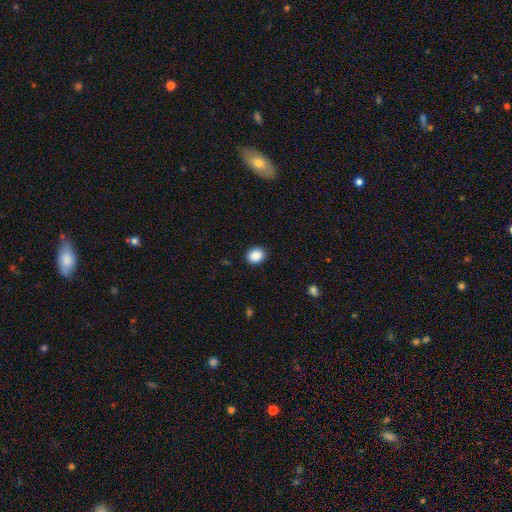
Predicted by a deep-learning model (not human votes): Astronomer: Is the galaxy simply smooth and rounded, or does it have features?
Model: smooth — 89%.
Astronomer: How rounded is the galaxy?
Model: round — 57% (runner-up: in between, 42%).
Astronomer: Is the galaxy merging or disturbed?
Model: none — 90%.